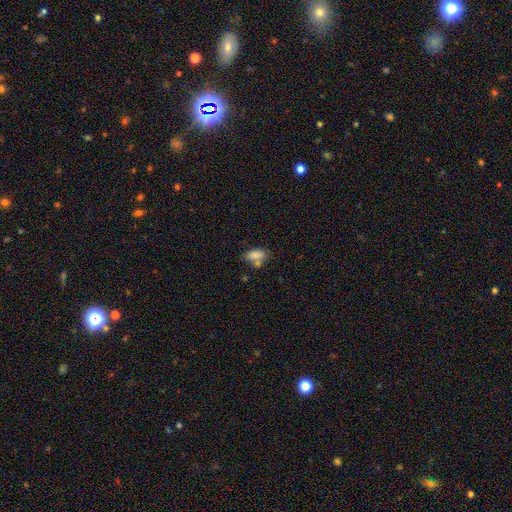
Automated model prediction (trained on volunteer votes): Smooth or featured: smooth — 81% (star or artifact — 10%)
How rounded: in between — 87% (cigar-shaped — 7%)
Merging: none — 52% (merger — 23%)